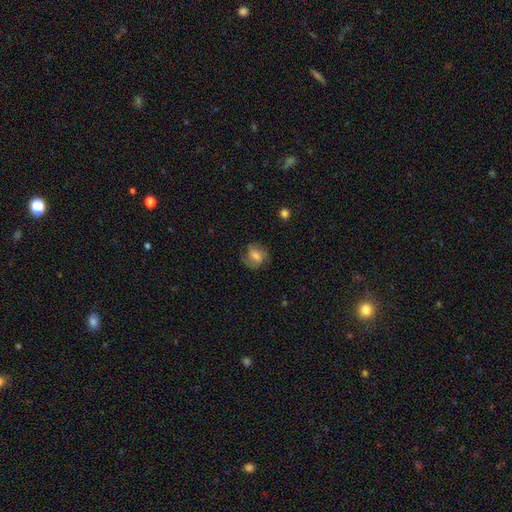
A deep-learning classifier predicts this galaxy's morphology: Smooth or featured?
  - featured or disk: 50% *
  - smooth: 41%
  - star or artifact: 9%
Edge-on disk?
  - no: 96% *
  - yes: 4%
Merging?
  - none: 69% *
  - minor disturbance: 20%
  - major disturbance: 10%
  - merger: 1%